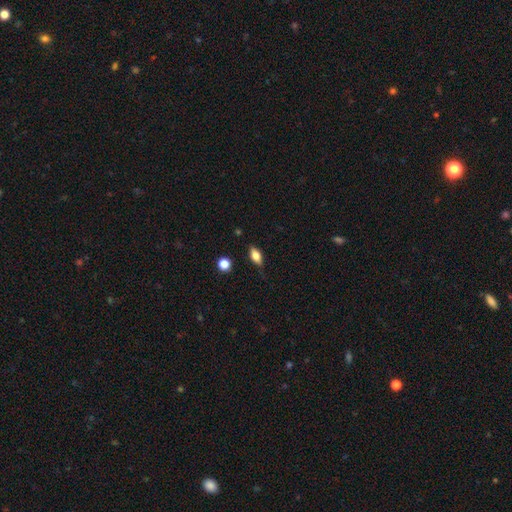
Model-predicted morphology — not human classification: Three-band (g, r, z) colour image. It shows a smooth galaxy with no disk features (69%) that is in between round and cigar-shaped (82%). Merging: none (79%).